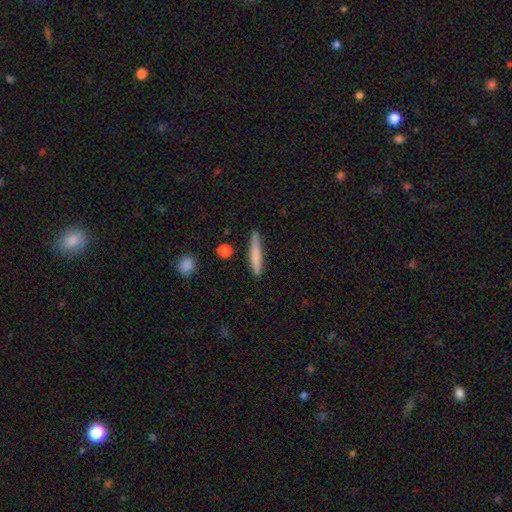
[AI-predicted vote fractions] A smooth galaxy with no disk features (76%) that is cigar-shaped (92%).

Vote fractions:
- Smooth or featured? smooth: 76% / featured or disk: 18% / star or artifact: 6%
- How rounded? cigar-shaped: 92% / in between: 6% / round: 2%
- Merging? none: 80% / minor disturbance: 15% / merger: 3% / major disturbance: 3%